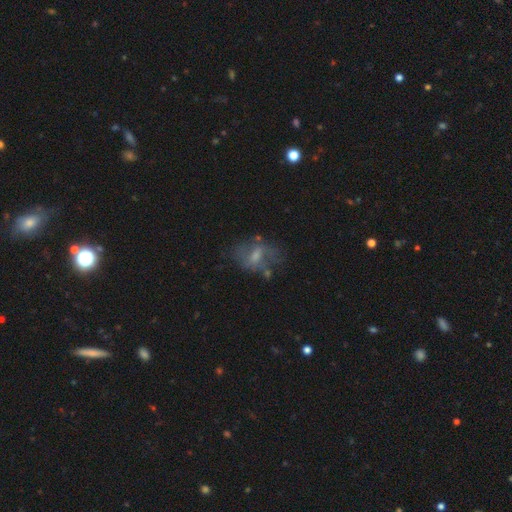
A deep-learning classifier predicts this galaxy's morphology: Smooth or featured?
  - featured or disk: 52% *
  - smooth: 34%
  - star or artifact: 14%
Edge-on disk?
  - no: 94% *
  - yes: 6%
Merging?
  - none: 54% *
  - minor disturbance: 22%
  - major disturbance: 19%
  - merger: 6%